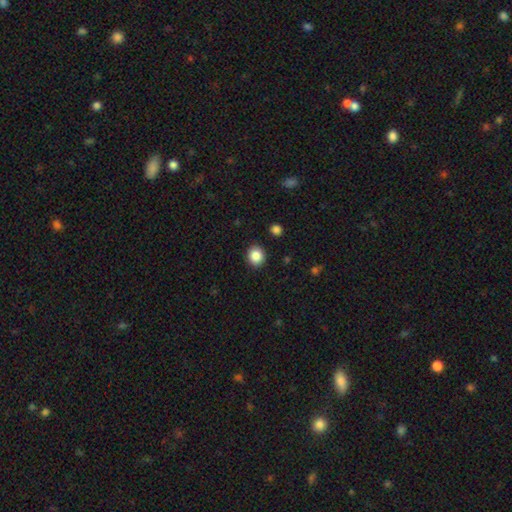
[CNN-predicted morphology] A smooth galaxy with no disk features (86%) that is round (80%).

Vote fractions:
- Smooth or featured? smooth: 86% / star or artifact: 10% / featured or disk: 4%
- How rounded? round: 80% / in between: 19% / cigar-shaped: 1%
- Merging? none: 91% / minor disturbance: 6% / major disturbance: 2% / merger: 1%